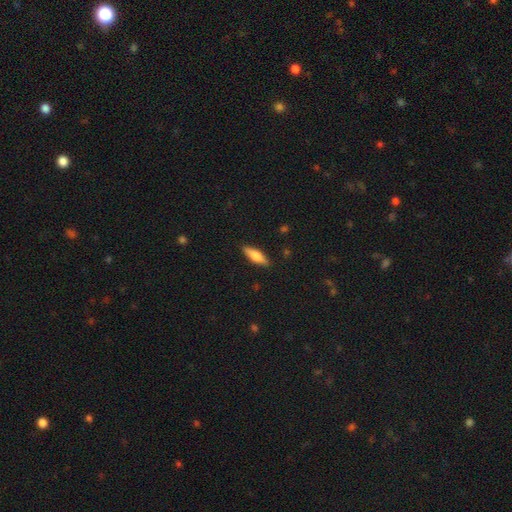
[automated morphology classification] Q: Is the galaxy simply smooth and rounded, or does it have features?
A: smooth — 64%.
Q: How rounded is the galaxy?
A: cigar-shaped — 53%.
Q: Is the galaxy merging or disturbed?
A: none — 88%.